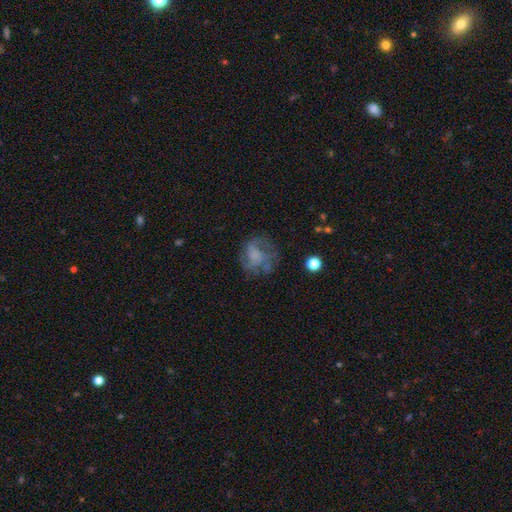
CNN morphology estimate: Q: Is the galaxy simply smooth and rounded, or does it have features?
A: featured or disk — 55%.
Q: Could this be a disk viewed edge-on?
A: no — 98%.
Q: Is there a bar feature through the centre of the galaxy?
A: no — 78%.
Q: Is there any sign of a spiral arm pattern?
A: yes — 69%.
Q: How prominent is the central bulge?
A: none — 57%.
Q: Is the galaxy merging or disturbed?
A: none — 54%.